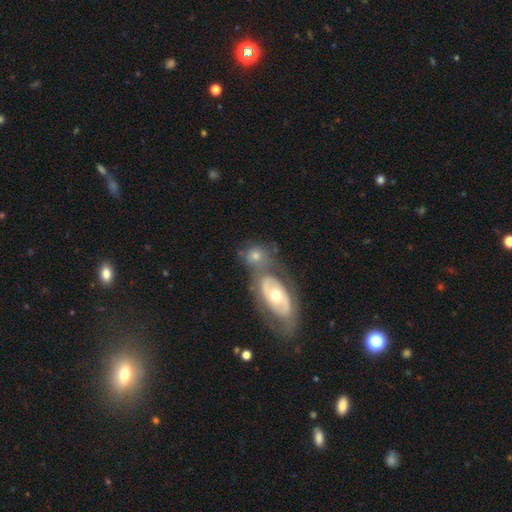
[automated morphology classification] The model was most divided on "merging": none: 44%, merger: 35%, minor disturbance: 13%, major disturbance: 7%. More confident: edge-on disk — no (91%); smooth or featured — featured or disk (52%).